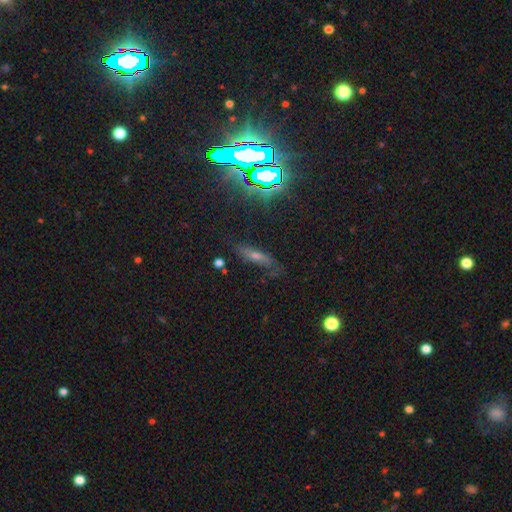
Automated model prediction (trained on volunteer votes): A featured or disk galaxy (36%).

Vote fractions:
- Smooth or featured? featured or disk: 36% / smooth: 33% / star or artifact: 31%
- Merging? none: 66% / minor disturbance: 21% / major disturbance: 10% / merger: 3%